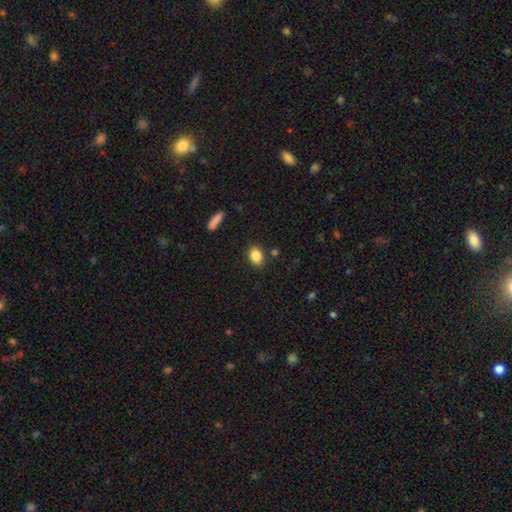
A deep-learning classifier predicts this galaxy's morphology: smooth-or-featured: smooth: 86% | star or artifact: 9% | featured or disk: 5%
  how-rounded: in between: 63% | round: 35% | cigar-shaped: 2%
  merging: none: 84% | minor disturbance: 10% | merger: 3% | major disturbance: 3%